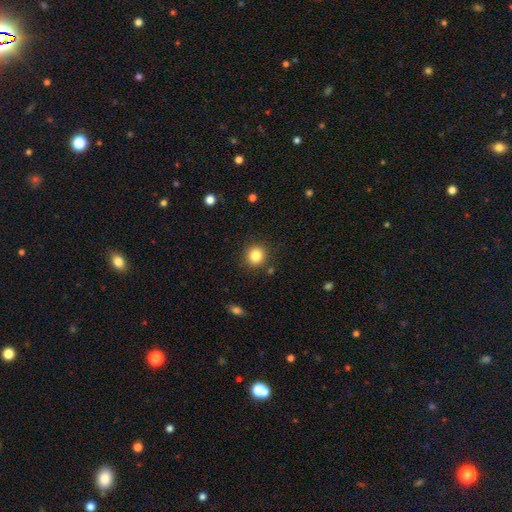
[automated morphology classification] type=smooth (84%); roundness=round (91%); merging=none (88%).